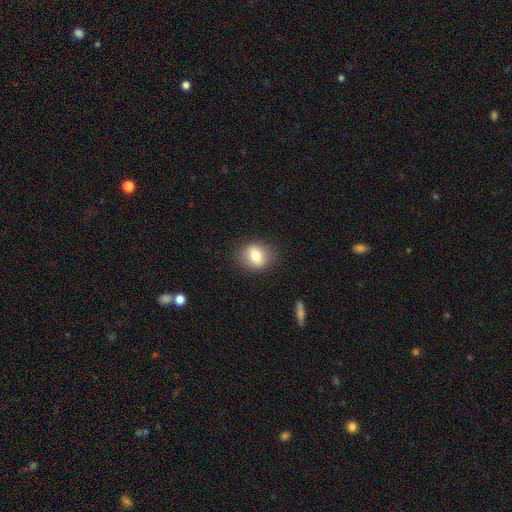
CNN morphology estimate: Overall: smooth (75%). How rounded: round (58%; in between 41%). Merging: none (85%).